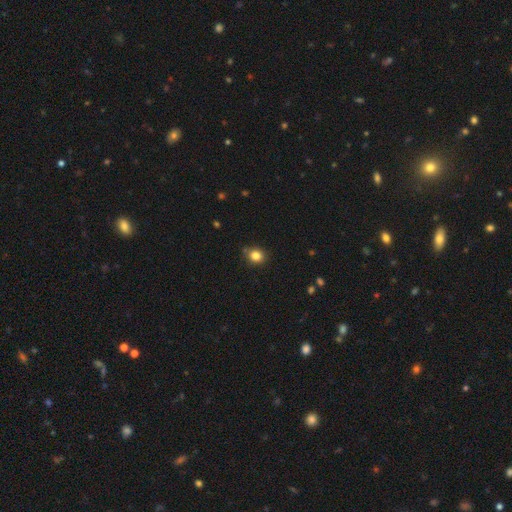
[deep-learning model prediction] Smooth or featured: smooth — 84% (star or artifact — 11%)
How rounded: round — 76% (in between — 23%)
Merging: none — 81% (minor disturbance — 14%)